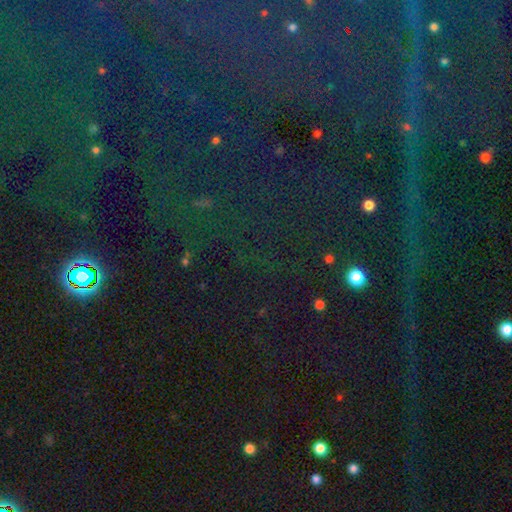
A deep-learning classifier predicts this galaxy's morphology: This is clearly a star or artifact rather than a galaxy (82%).